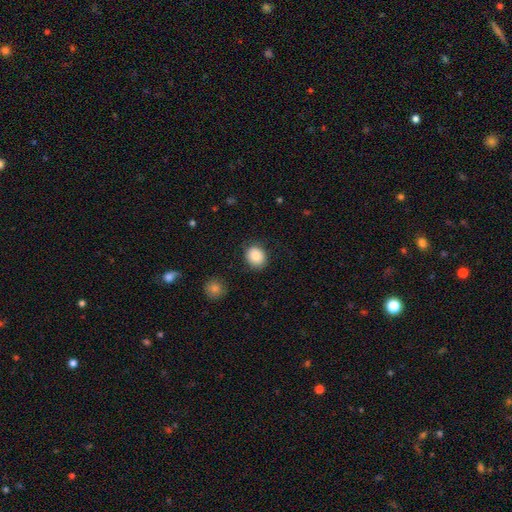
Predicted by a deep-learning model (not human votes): A smooth galaxy with no disk features (87%) that is round (68%). Merging: none (84%).